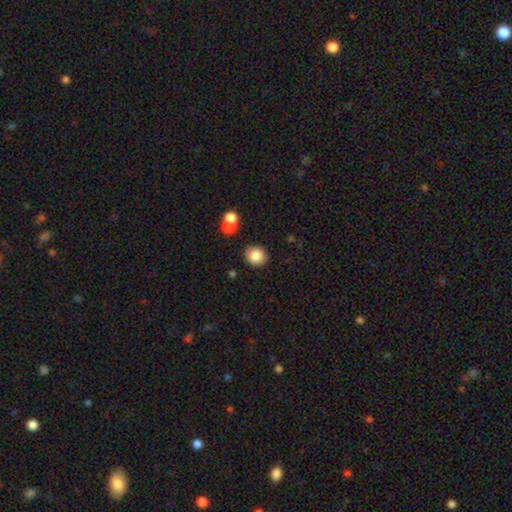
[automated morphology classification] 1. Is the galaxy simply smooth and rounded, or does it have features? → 84% smooth, 10% star or artifact, 6% featured or disk.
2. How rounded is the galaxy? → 86% round, 13% in between, 1% cigar-shaped.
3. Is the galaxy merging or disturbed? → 84% none, 7% minor disturbance, 6% merger, 3% major disturbance.